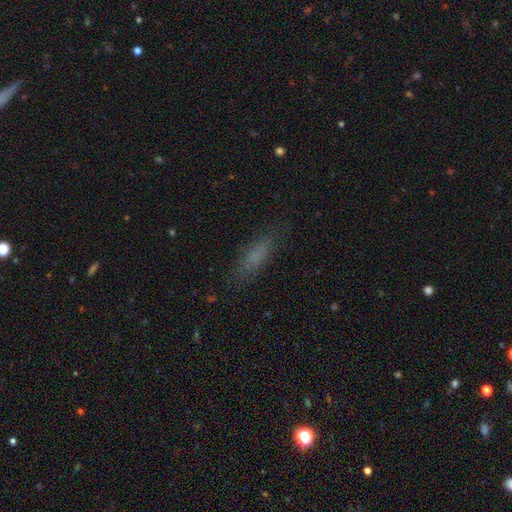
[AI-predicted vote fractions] smooth-or-featured: smooth: 73% | featured or disk: 15% | star or artifact: 12%
  how-rounded: cigar-shaped: 58% | in between: 39% | round: 2%
  merging: none: 80% | minor disturbance: 14% | major disturbance: 5% | merger: 1%